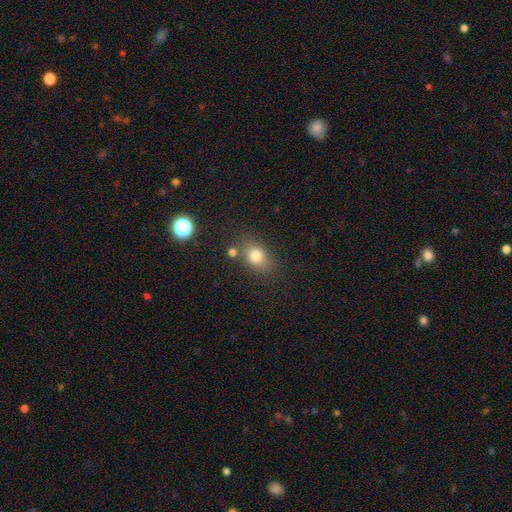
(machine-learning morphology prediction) Q: Smooth or featured?
A: smooth (77%); runner-up: star or artifact (13%)
Q: How rounded?
A: in between (62%); runner-up: round (36%)
Q: Merging?
A: none (71%); runner-up: minor disturbance (15%)